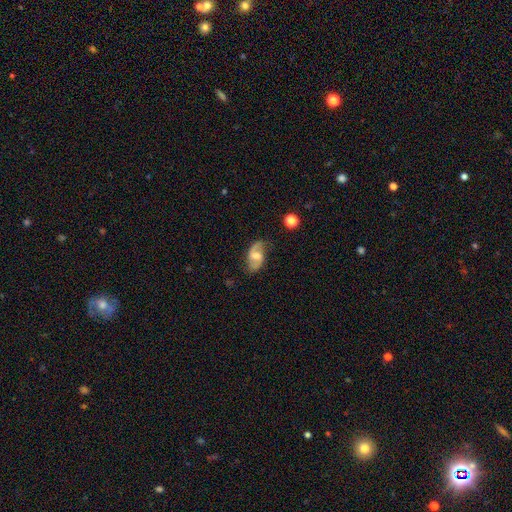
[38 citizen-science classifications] Smooth or featured?
  - featured or disk: 84% *
  - smooth: 13%
  - star or artifact: 3%
Edge-on disk?
  - no: 94% *
  - yes: 6%
Bar?
  - weak: 70% *
  - no: 17%
  - strong: 13%
Spiral arms?
  - yes: 93% *
  - no: 7%
Spiral winding?
  - loose: 68% *
  - medium: 21%
  - tight: 11%
Spiral arm count?
  - 2: 96% *
  - 1: 4%
  - 3: 0%
  - 4: 0%
  - more than 4: 0%
  - can't tell: 0%
Bulge size?
  - moderate: 40% * (tied)
  - small: 40% * (tied)
  - large: 17%
  - none: 3%
  - dominant: 0%
Merging?
  - none: 78% *
  - minor disturbance: 16%
  - major disturbance: 5%
  - merger: 0%